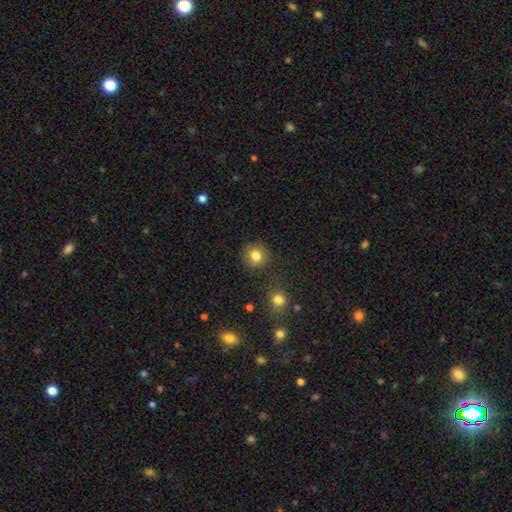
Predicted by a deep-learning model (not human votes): A smooth galaxy with no disk features (82%) that is round (90%).

Vote fractions:
- Smooth or featured? smooth: 82% / star or artifact: 12% / featured or disk: 7%
- How rounded? round: 90% / in between: 9% / cigar-shaped: 1%
- Merging? none: 84% / minor disturbance: 8% / merger: 4% / major disturbance: 3%